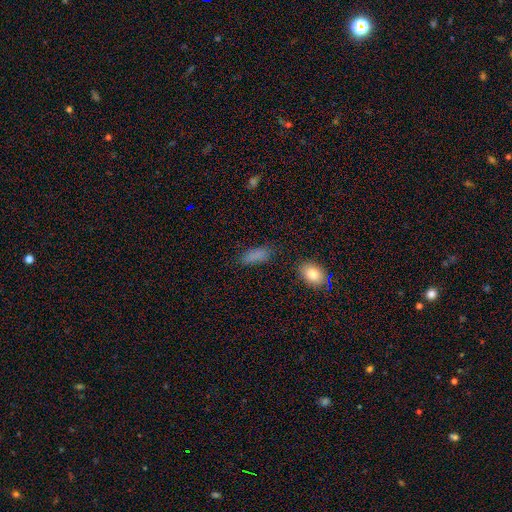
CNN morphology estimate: A smooth galaxy with no disk features (80%) that is in between round and cigar-shaped (76%). Merging: none (71%).